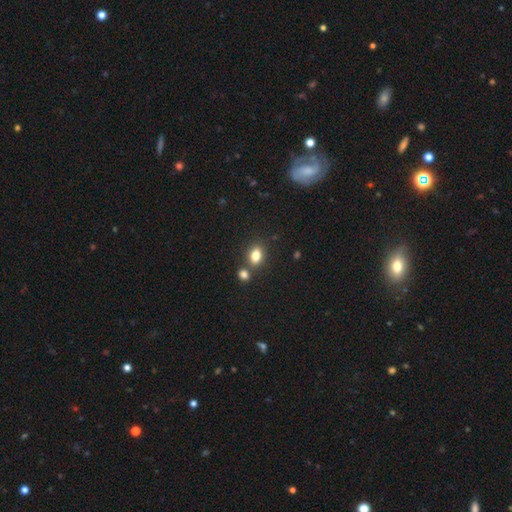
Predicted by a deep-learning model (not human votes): Q: Smooth or featured?
A: smooth (81%); runner-up: star or artifact (11%)
Q: How rounded?
A: in between (74%); runner-up: round (24%)
Q: Merging?
A: none (65%); runner-up: merger (21%)